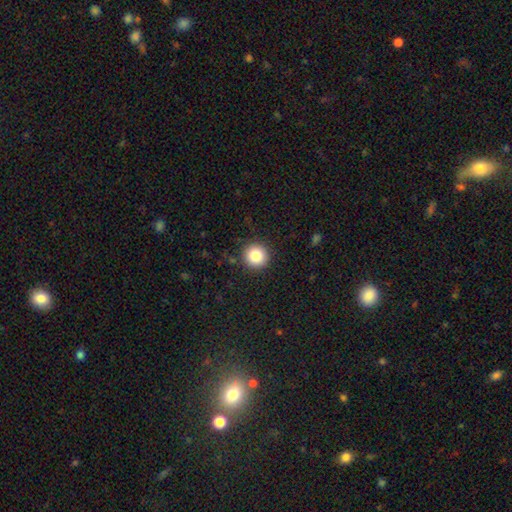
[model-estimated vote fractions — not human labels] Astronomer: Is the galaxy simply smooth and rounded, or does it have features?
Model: smooth — 84%.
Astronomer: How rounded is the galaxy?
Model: round — 95%.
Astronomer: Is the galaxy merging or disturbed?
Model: none — 91%.